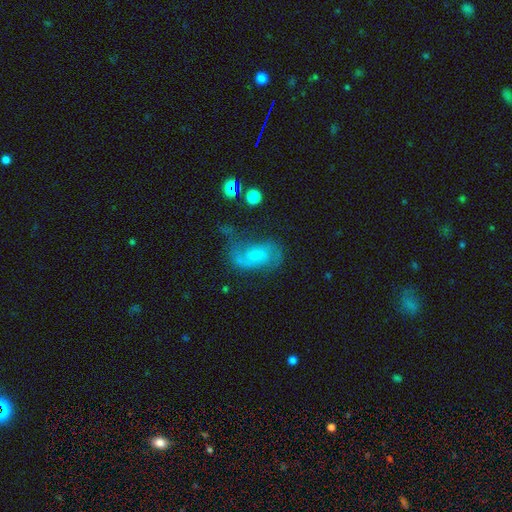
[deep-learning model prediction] smooth_or_featured: featured or disk (p=0.67) [alt: smooth p=0.24]
disk_edge_on: no (p=0.97) [alt: yes p=0.03]
bar: no (p=0.50) [alt: weak p=0.42]
has_spiral_arms: yes (p=0.87) [alt: no p=0.13]
spiral_winding: medium (p=0.43) [alt: loose p=0.42]
spiral_arm_count: 2 (p=0.79) [alt: 1 p=0.09]
bulge_size: small (p=0.44) [alt: moderate p=0.28]
merging: none (p=0.42) [alt: major disturbance p=0.26]